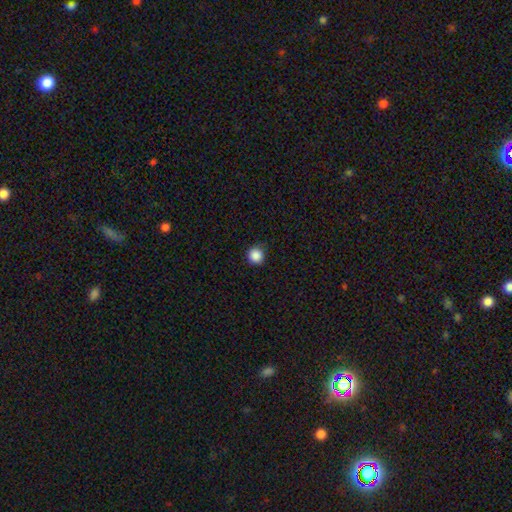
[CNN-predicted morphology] This appears to be a smooth galaxy with no disk features (87%) that is round (95%). Merging: none (88%).